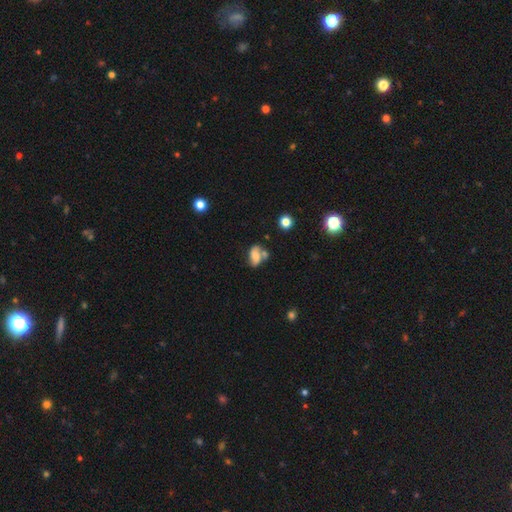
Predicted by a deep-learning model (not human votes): This appears to be a smooth galaxy with no disk features (61%) that is in between round and cigar-shaped (85%). Merging: merger (35%).